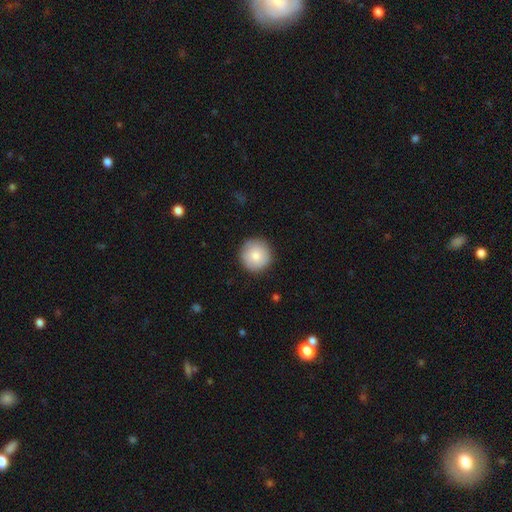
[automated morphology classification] Q: Smooth or featured?
A: smooth (82%); runner-up: featured or disk (11%)
Q: How rounded?
A: round (96%); runner-up: in between (3%)
Q: Merging?
A: none (89%); runner-up: minor disturbance (8%)